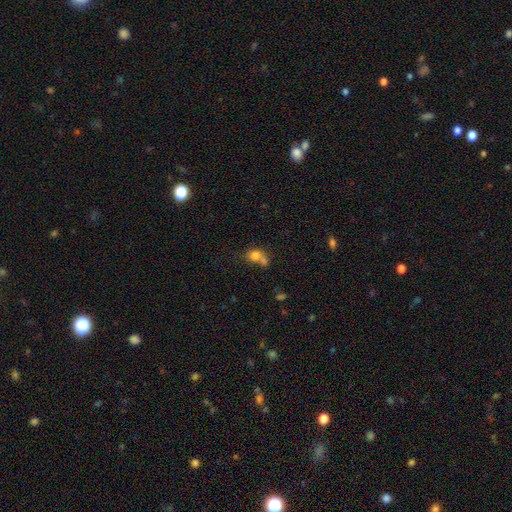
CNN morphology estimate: Overall: smooth (78%). How rounded: round (65%; in between 33%). Merging: merger (50%; none 34%).